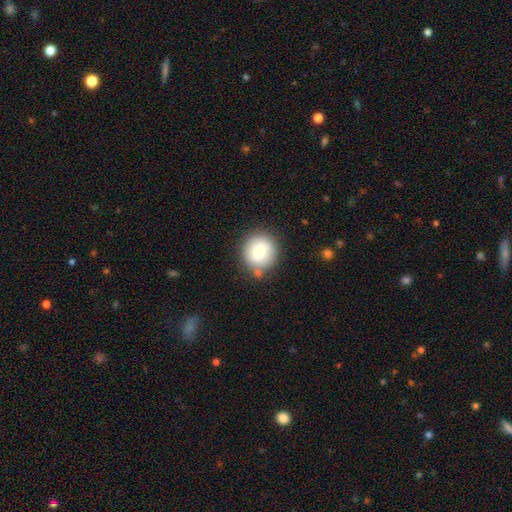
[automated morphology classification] The model was most divided on "smooth or featured": smooth: 75%, featured or disk: 17%, star or artifact: 8%. More confident: how rounded — round (85%); merging — none (75%).